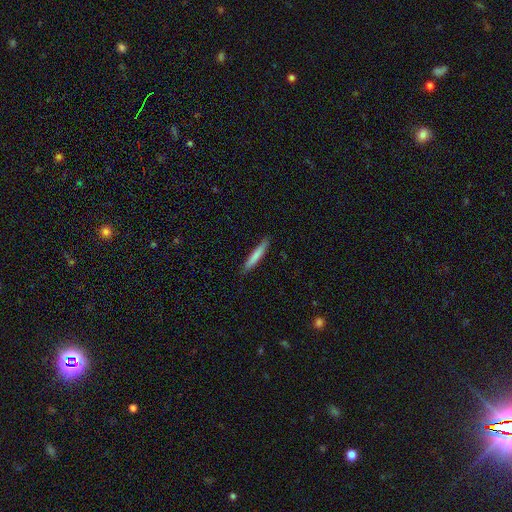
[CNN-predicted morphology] Smooth or featured? smooth (78%)
How rounded? cigar-shaped (93%)
Merging? none (87%)